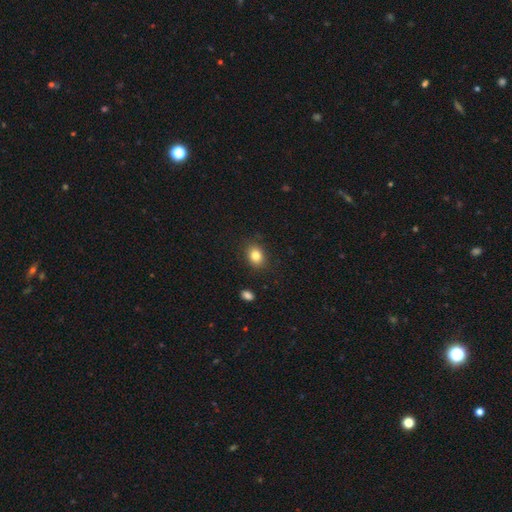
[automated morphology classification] Overall: smooth (83%). How rounded: in between (56%; round 43%). Merging: none (86%).